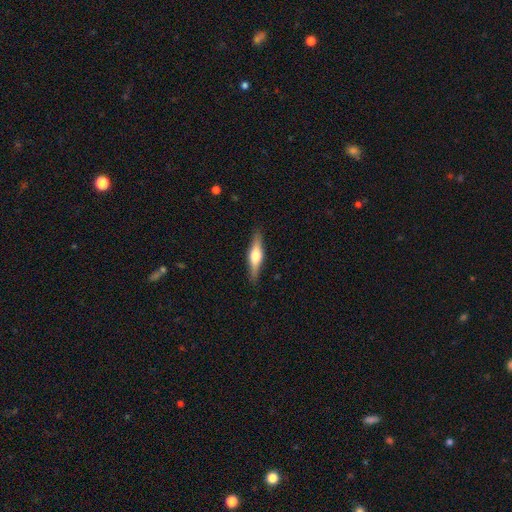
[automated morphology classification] Q: Smooth or featured?
A: featured or disk (58%); runner-up: smooth (37%)
Q: Edge-on disk?
A: yes (96%); runner-up: no (4%)
Q: Edge-on bulge?
A: rounded (92%); runner-up: boxy (5%)
Q: Merging?
A: none (89%); runner-up: minor disturbance (8%)